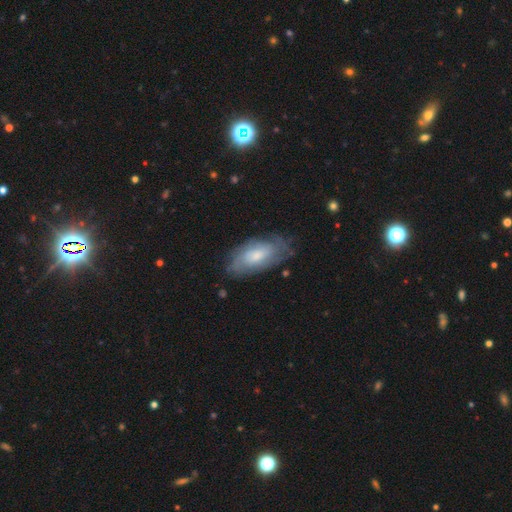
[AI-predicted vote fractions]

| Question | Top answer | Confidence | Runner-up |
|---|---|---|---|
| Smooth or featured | featured or disk | 54% | smooth (39%) |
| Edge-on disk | no | 89% | yes (11%) |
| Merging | none | 74% | minor disturbance (19%) |